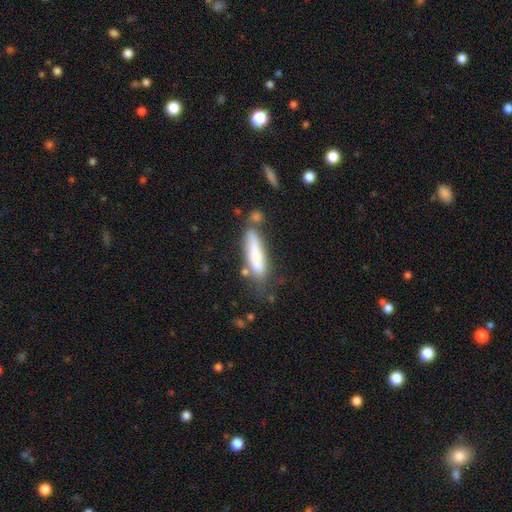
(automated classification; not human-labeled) Smooth or featured? Predicted: smooth (p=0.72). How rounded? Predicted: cigar-shaped (p=0.67). Merging? Predicted: none (p=0.53).